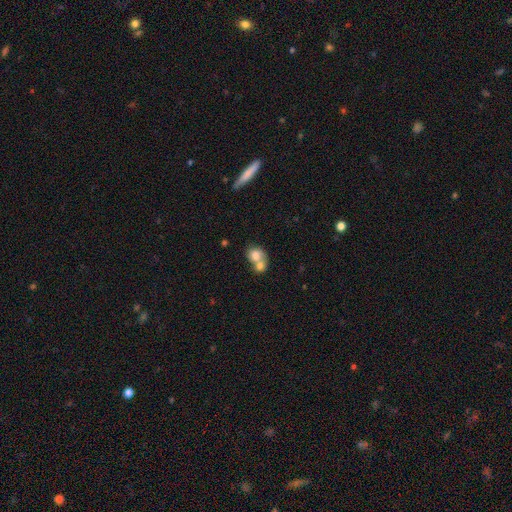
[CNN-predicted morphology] This appears to be a smooth galaxy with no disk features (74%) that is round (61%). Merging: merger (67%).